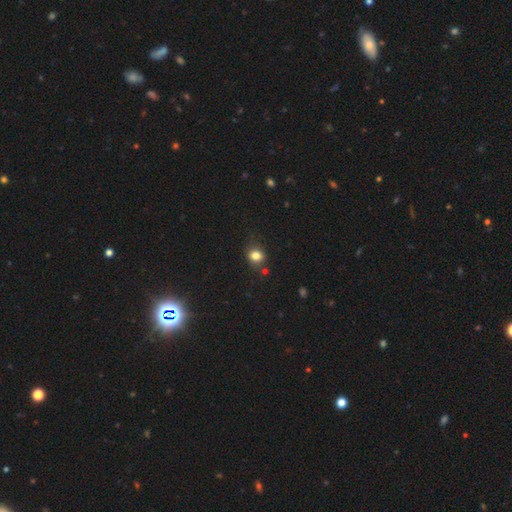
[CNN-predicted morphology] type=smooth (80%); roundness=round (60%); merging=none (73%).